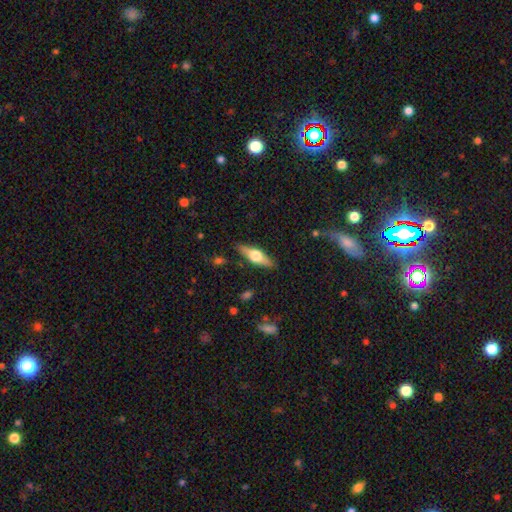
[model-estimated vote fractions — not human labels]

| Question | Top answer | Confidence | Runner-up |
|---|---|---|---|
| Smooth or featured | featured or disk | 55% | smooth (39%) |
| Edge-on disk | yes | 92% | no (8%) |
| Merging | none | 87% | minor disturbance (10%) |